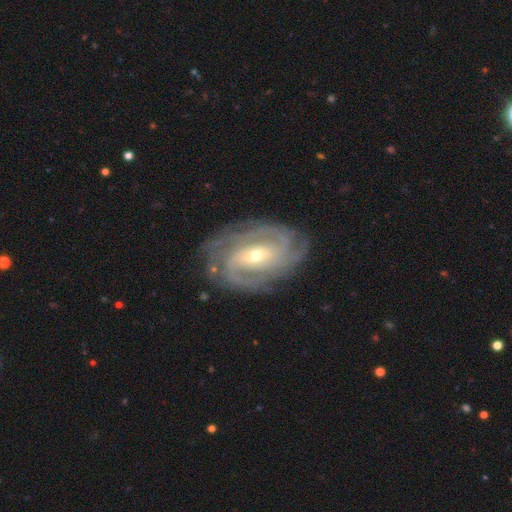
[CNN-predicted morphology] Smooth or featured: featured or disk — 90% (smooth — 5%)
Edge-on disk: no — 96% (yes — 4%)
Bar: weak — 42% (strong — 30%)
Spiral arms: yes — 98% (no — 2%)
Spiral winding: tight — 67% (medium — 28%)
Spiral arm count: 3 — 30% (2 — 21%)
Bulge size: small — 52% (moderate — 45%)
Merging: none — 79% (minor disturbance — 15%)